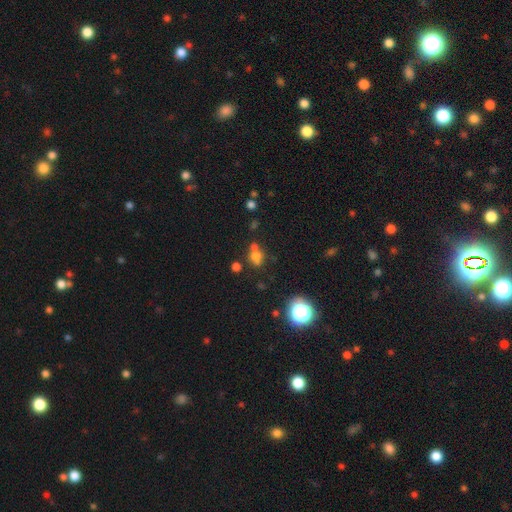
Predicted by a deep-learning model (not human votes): Overall: smooth (63%; star or artifact 25%). How rounded: round (70%). Merging: none (51%; merger 31%).